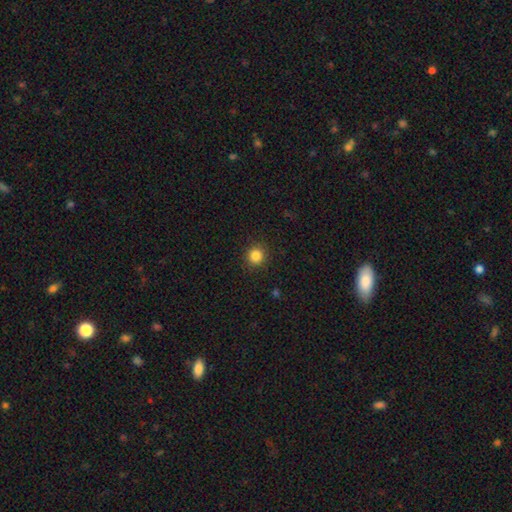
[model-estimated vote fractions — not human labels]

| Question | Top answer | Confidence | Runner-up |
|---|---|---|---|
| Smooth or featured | smooth | 85% | star or artifact (11%) |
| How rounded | round | 92% | in between (7%) |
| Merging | none | 91% | minor disturbance (6%) |